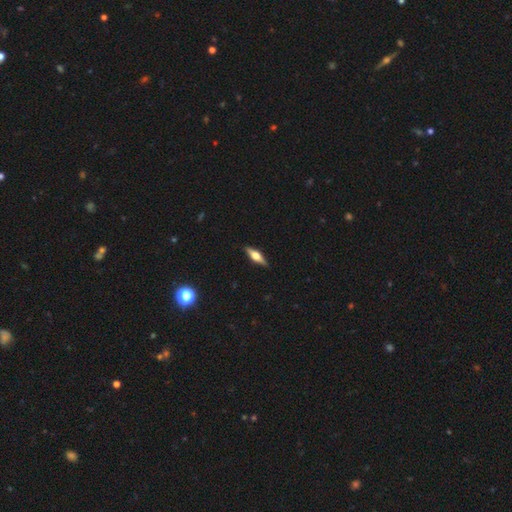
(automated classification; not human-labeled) Smooth or featured: featured or disk — 59% (smooth — 35%)
Edge-on disk: yes — 95% (no — 5%)
Edge-on bulge: rounded — 92% (boxy — 6%)
Merging: none — 89% (minor disturbance — 8%)